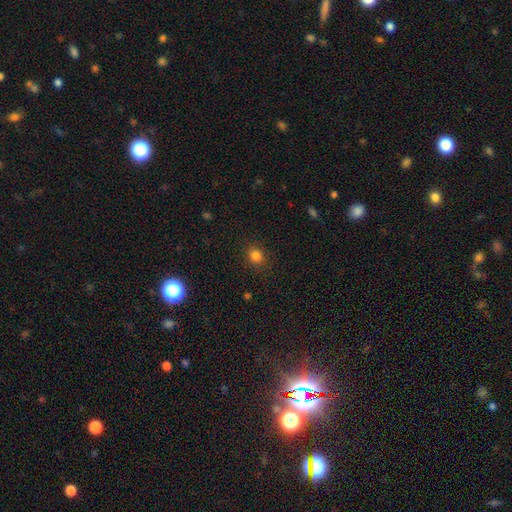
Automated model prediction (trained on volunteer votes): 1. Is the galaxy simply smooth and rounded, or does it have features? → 82% smooth, 13% star or artifact, 5% featured or disk.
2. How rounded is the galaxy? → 67% round, 32% in between, 1% cigar-shaped.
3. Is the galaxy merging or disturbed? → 87% none, 9% minor disturbance, 3% major disturbance, 1% merger.